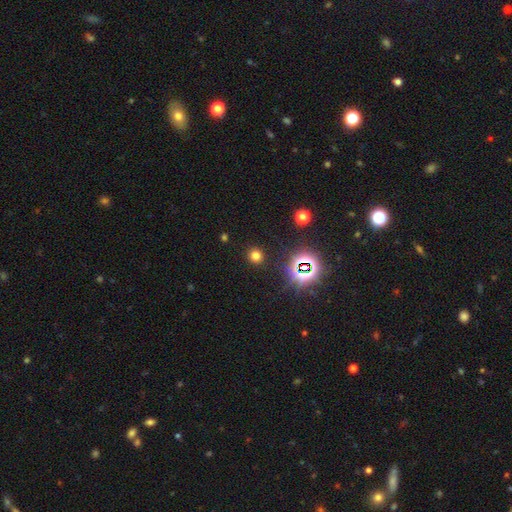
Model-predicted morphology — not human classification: Smooth or featured? Predicted: smooth (p=0.70). How rounded? Predicted: round (p=0.91). Merging? Predicted: none (p=0.90).